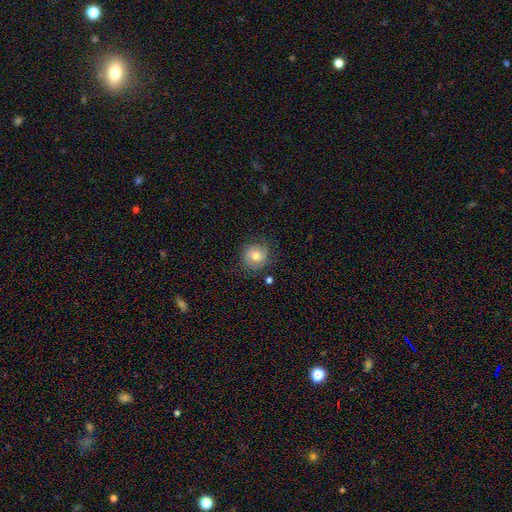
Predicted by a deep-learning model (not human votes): Smooth or featured? smooth (73%)
How rounded? round (88%)
Merging? none (79%)